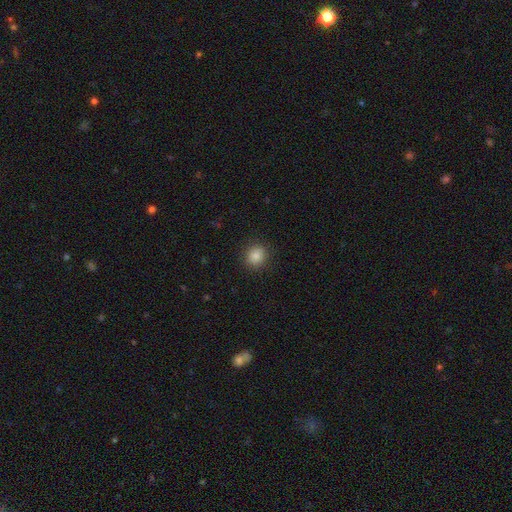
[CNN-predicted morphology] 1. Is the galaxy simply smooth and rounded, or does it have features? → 84% smooth, 11% star or artifact, 5% featured or disk.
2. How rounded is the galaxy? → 84% round, 15% in between, 1% cigar-shaped.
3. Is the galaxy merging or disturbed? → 90% none, 7% minor disturbance, 2% major disturbance, 1% merger.